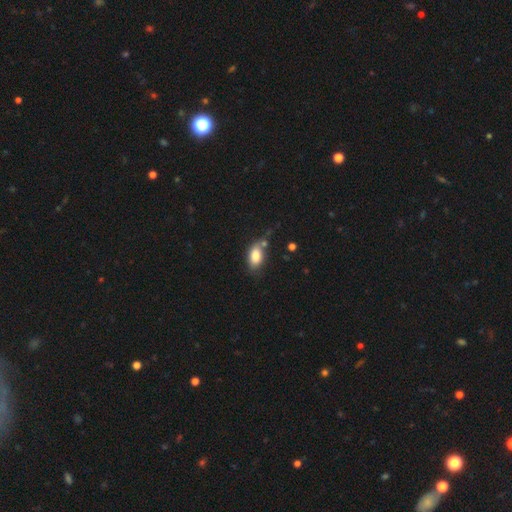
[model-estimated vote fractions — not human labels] Smooth or featured: smooth — 83% (featured or disk — 9%)
How rounded: in between — 89% (round — 8%)
Merging: none — 58% (minor disturbance — 23%)